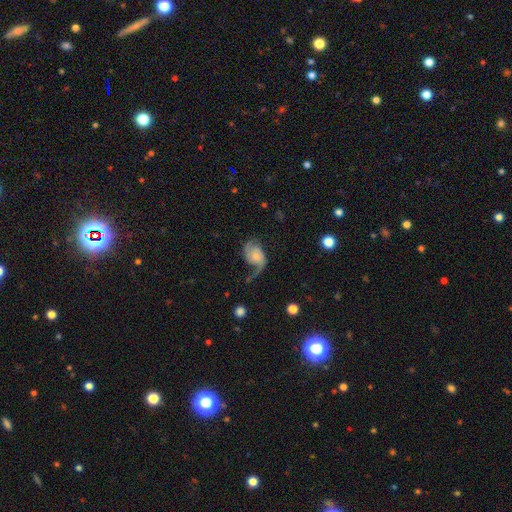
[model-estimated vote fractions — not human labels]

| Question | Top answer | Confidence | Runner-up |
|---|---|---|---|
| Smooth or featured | featured or disk | 78% | smooth (16%) |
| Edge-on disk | no | 97% | yes (3%) |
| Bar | no | 69% | weak (26%) |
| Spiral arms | yes | 94% | no (6%) |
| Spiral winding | loose | 56% | medium (32%) |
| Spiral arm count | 2 | 74% | 1 (18%) |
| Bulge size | small | 53% | moderate (33%) |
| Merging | none | 44% | major disturbance (29%) |